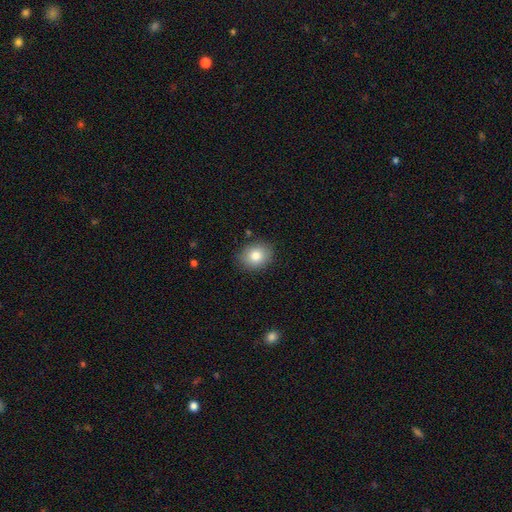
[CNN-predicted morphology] smooth 83%, star or artifact 9%, featured or disk 8%. Down the decision tree: how rounded — round (51%); merging — none (86%).